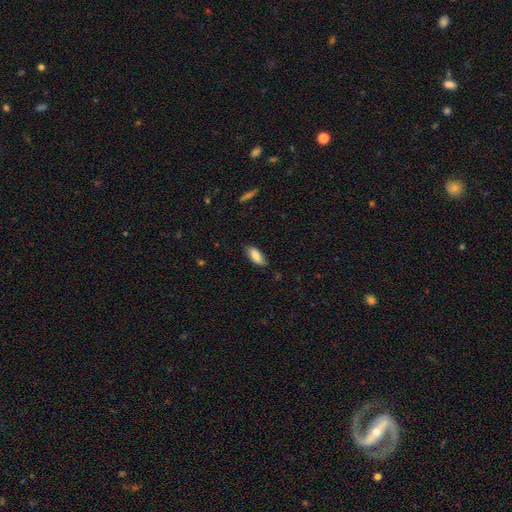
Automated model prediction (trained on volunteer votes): Morphology: type=smooth (82%); roundness=in between (83%); merging=none (82%).